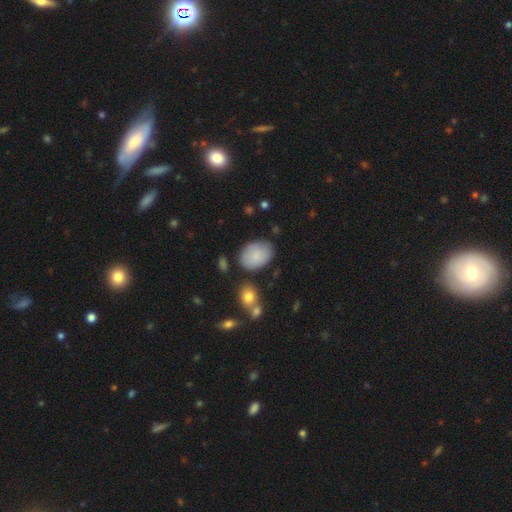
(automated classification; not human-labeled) This is clearly a smooth galaxy (82%). How rounded: likely in between (76%). Merging: likely none (74%).